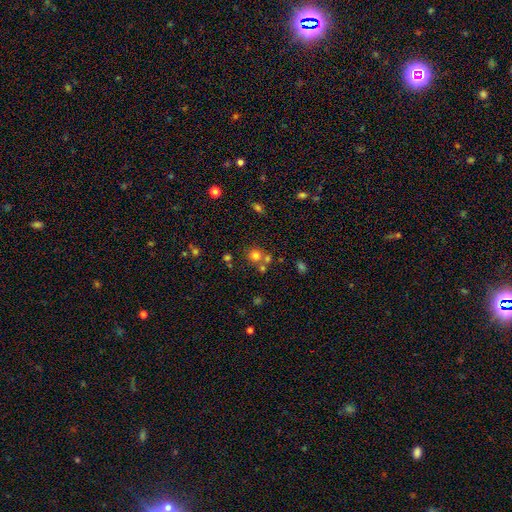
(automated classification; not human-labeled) Smooth or featured?
  - smooth: 72% *
  - star or artifact: 18%
  - featured or disk: 10%
How rounded?
  - round: 87% *
  - in between: 12%
  - cigar-shaped: 1%
Merging?
  - none: 61% *
  - merger: 27%
  - minor disturbance: 8%
  - major disturbance: 4%